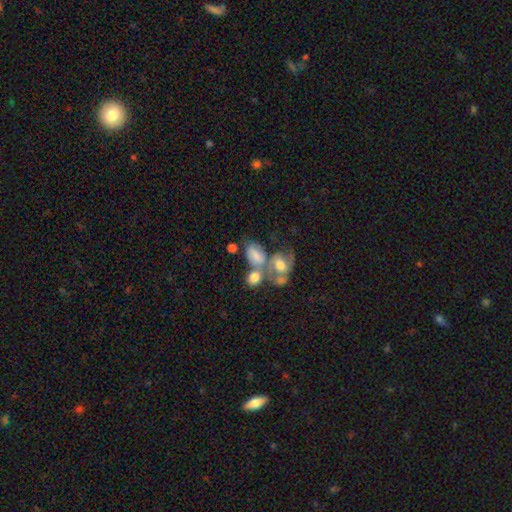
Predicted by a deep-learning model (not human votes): smooth_or_featured: smooth (p=0.62) [alt: featured or disk p=0.28]
how_rounded: in between (p=0.82) [alt: round p=0.16]
merging: merger (p=0.50) [alt: none p=0.24]